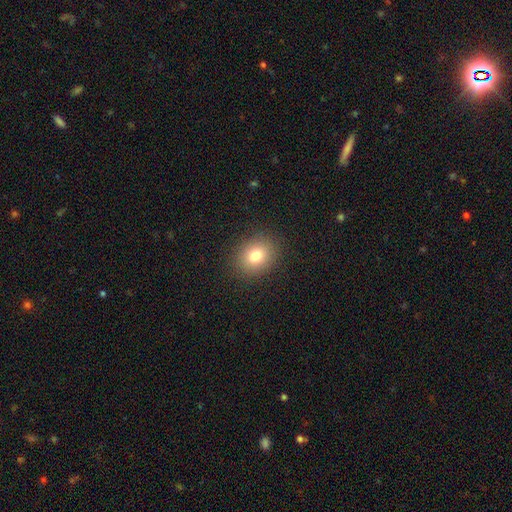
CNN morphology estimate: This is likely a smooth galaxy (79%). How rounded: possibly round (59%). Merging: clearly none (89%).